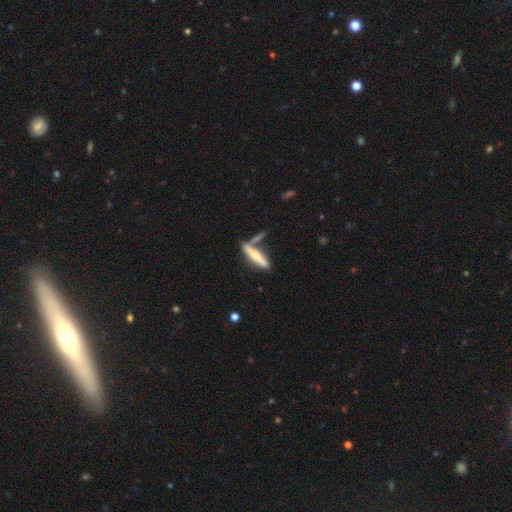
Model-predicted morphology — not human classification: smooth_or_featured: smooth (p=0.52) [alt: featured or disk p=0.42]
how_rounded: cigar-shaped (p=0.84) [alt: in between p=0.15]
merging: none (p=0.61) [alt: merger p=0.19]